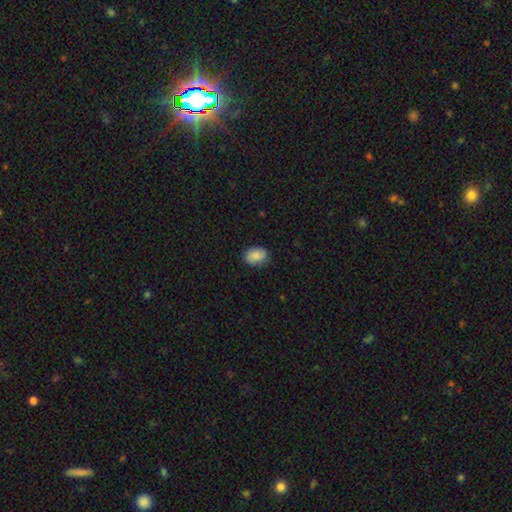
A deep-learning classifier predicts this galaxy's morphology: Smooth or featured? smooth (86%)
How rounded? in between (70%)
Merging? none (80%)